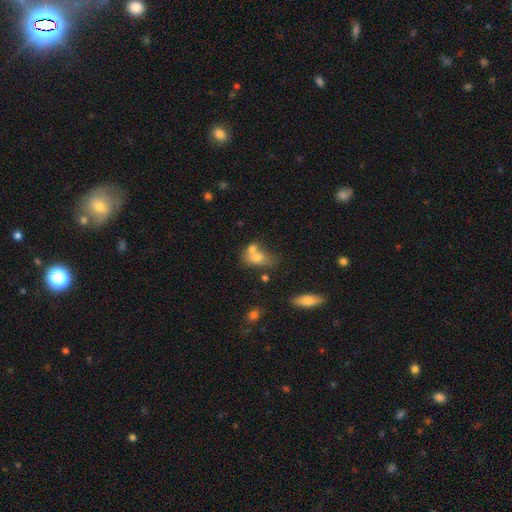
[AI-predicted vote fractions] Q: Smooth or featured?
A: smooth (70%); runner-up: featured or disk (20%)
Q: How rounded?
A: in between (74%); runner-up: round (21%)
Q: Merging?
A: merger (52%); runner-up: none (30%)